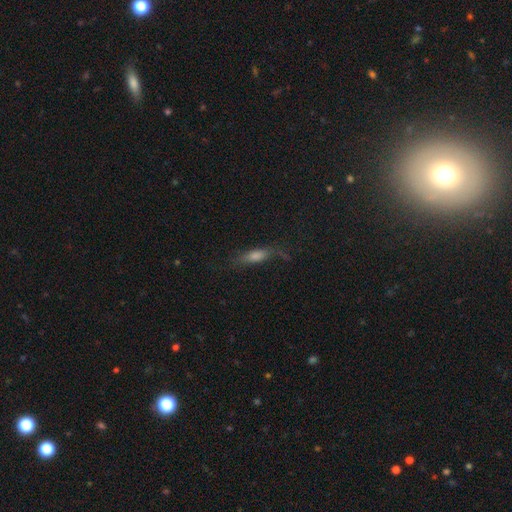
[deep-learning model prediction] smooth_or_featured: smooth (p=0.52) [alt: featured or disk p=0.33]
how_rounded: cigar-shaped (p=0.60) [alt: in between p=0.36]
merging: none (p=0.62) [alt: minor disturbance p=0.23]